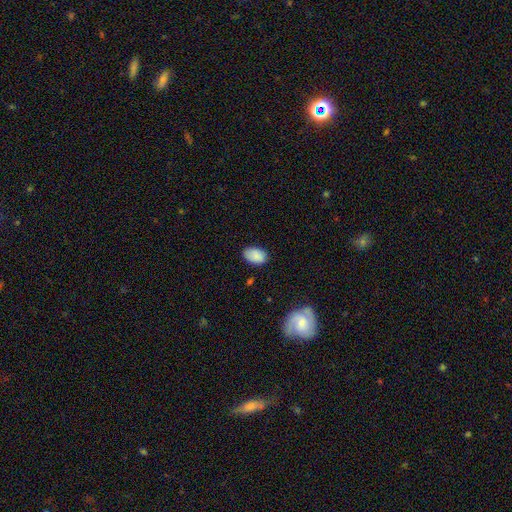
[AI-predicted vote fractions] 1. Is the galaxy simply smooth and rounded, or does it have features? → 87% smooth, 7% star or artifact, 6% featured or disk.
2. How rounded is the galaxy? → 91% in between, 8% round, 1% cigar-shaped.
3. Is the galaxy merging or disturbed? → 79% none, 17% minor disturbance, 3% major disturbance, 1% merger.